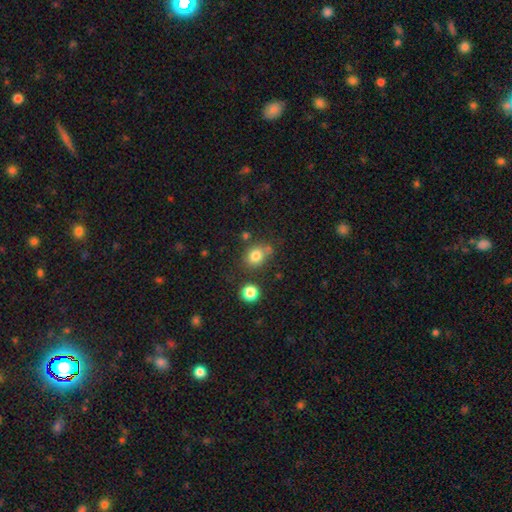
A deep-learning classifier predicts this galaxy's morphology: Smooth or featured: smooth — 79% (star or artifact — 12%)
How rounded: round — 57% (in between — 42%)
Merging: none — 66% (minor disturbance — 17%)